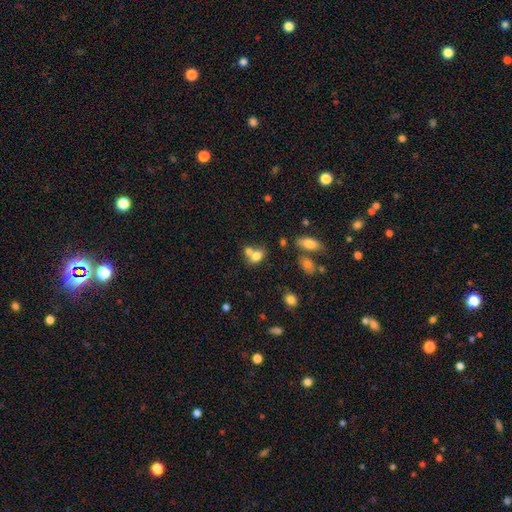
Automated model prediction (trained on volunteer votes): Smooth or featured? smooth (75%)
How rounded? in between (67%)
Merging? merger (52%)